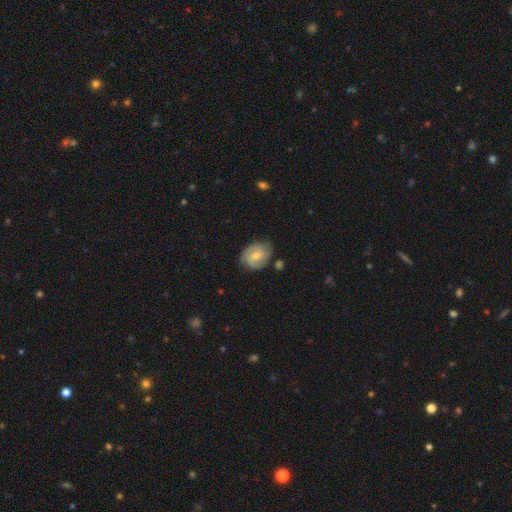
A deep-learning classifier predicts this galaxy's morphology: This appears to be a featured or disk galaxy (49%). Merging: none (69%).